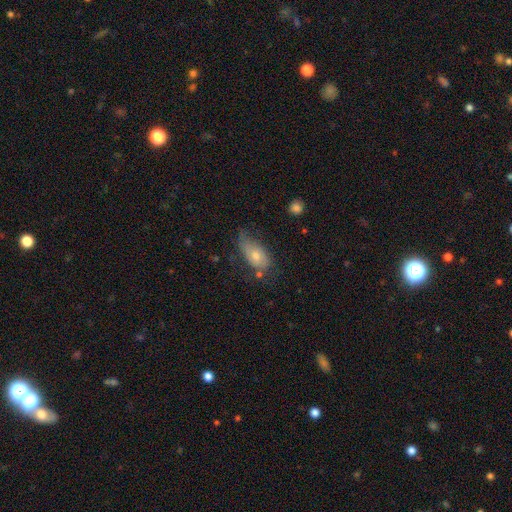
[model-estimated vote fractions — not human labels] A smooth galaxy with no disk features (62%) that is in between round and cigar-shaped (85%). Merging: none (44%).